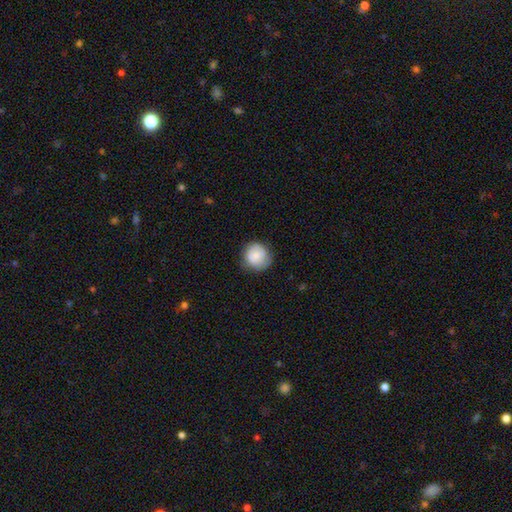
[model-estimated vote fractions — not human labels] Smooth or featured? Predicted: smooth (p=0.82). How rounded? Predicted: round (p=0.90). Merging? Predicted: none (p=0.78).